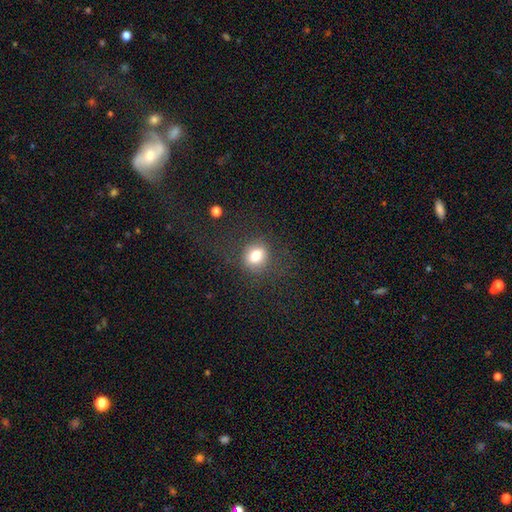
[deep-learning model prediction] Q: Smooth or featured?
A: smooth (78%); runner-up: star or artifact (11%)
Q: How rounded?
A: round (62%); runner-up: in between (37%)
Q: Merging?
A: none (79%); runner-up: minor disturbance (12%)